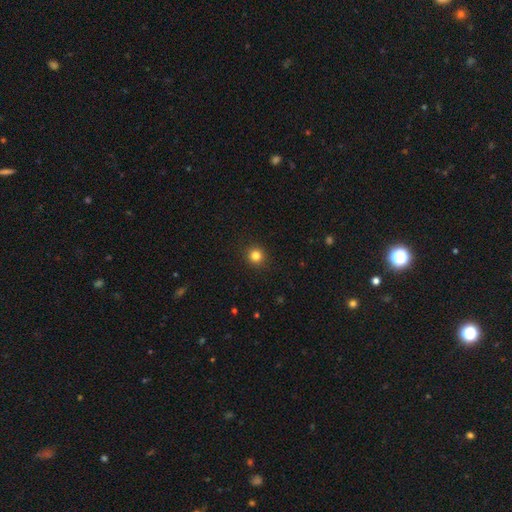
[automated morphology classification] Overall: smooth (83%). How rounded: round (93%). Merging: none (92%).